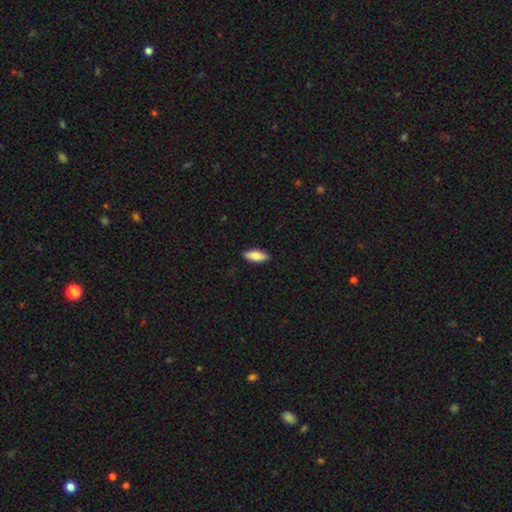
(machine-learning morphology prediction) This appears to be a smooth galaxy with no disk features (83%) that is in between round and cigar-shaped (76%). Merging: none (90%).